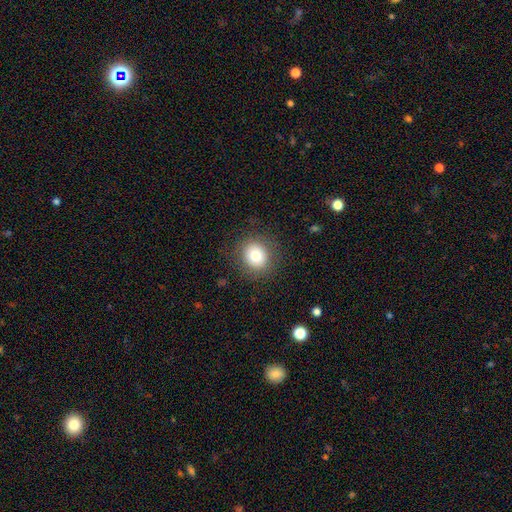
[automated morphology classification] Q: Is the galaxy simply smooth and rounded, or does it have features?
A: smooth — 78%.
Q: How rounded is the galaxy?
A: round — 83%.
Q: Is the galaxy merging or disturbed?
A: none — 87%.